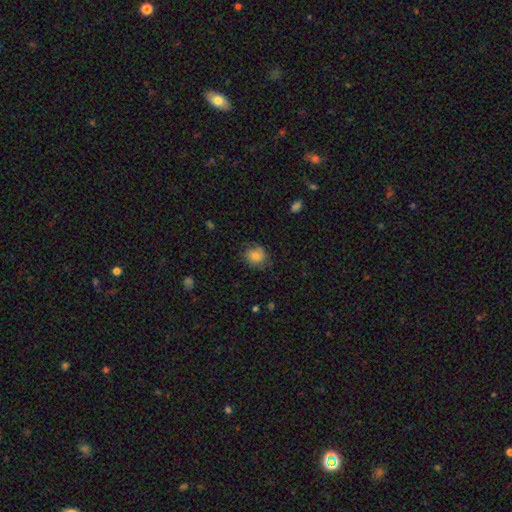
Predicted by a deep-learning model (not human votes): The model was most divided on "smooth or featured": smooth: 57%, featured or disk: 34%, star or artifact: 9%. More confident: merging — none (67%); how rounded — round (65%).